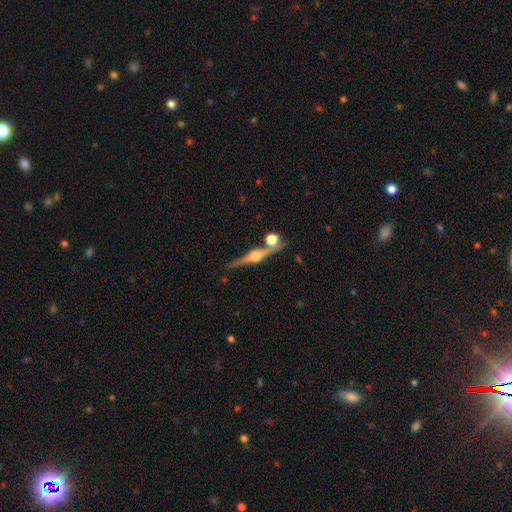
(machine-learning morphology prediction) This is clearly a featured or disk galaxy (83%). It is clearly viewed edge-on (98%). Edge-on bulge: clearly rounded (94%). Merging: likely none (78%).